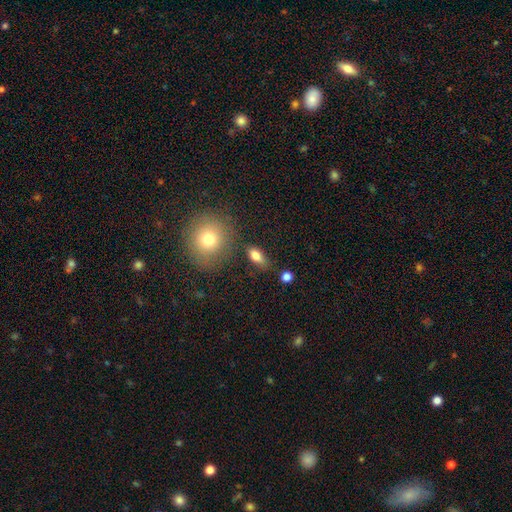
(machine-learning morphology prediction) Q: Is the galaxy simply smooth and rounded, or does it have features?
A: smooth — 80%.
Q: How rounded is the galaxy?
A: in between — 80%.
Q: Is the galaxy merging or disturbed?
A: none — 74%.